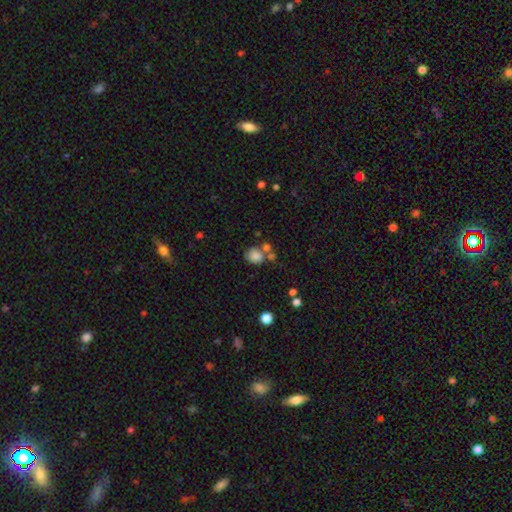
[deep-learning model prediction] Smooth or featured?
  - smooth: 82% *
  - star or artifact: 11%
  - featured or disk: 7%
How rounded?
  - round: 70% *
  - in between: 29%
  - cigar-shaped: 1%
Merging?
  - none: 51% *
  - merger: 28%
  - minor disturbance: 14%
  - major disturbance: 7%